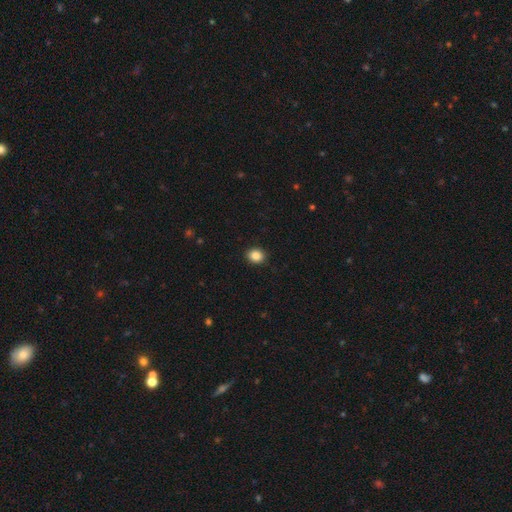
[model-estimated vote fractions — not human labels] smooth 87%, star or artifact 9%, featured or disk 3%. Down the decision tree: how rounded — round (64%); merging — none (91%).